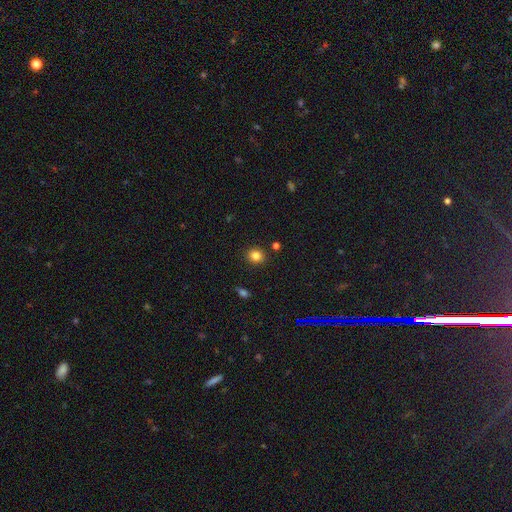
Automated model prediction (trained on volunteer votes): Smooth or featured?
  - smooth: 83% *
  - star or artifact: 12%
  - featured or disk: 5%
How rounded?
  - round: 78% *
  - in between: 21%
  - cigar-shaped: 1%
Merging?
  - none: 88% *
  - minor disturbance: 7%
  - merger: 3%
  - major disturbance: 2%